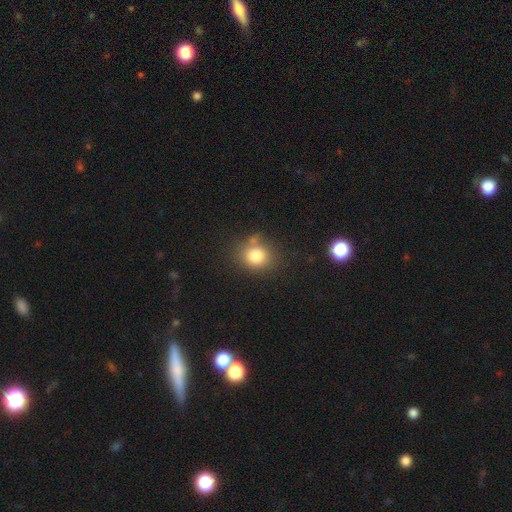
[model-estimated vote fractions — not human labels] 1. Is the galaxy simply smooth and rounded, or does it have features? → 81% smooth, 12% star or artifact, 7% featured or disk.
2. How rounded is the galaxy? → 73% round, 26% in between, 1% cigar-shaped.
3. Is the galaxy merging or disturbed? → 70% none, 15% minor disturbance, 10% merger, 5% major disturbance.